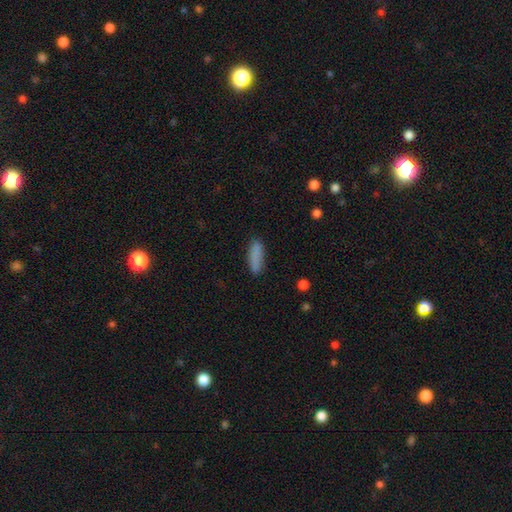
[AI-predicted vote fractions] smooth_or_featured: smooth (p=0.86) [alt: star or artifact p=0.08]
how_rounded: cigar-shaped (p=0.52) [alt: in between p=0.46]
merging: none (p=0.82) [alt: minor disturbance p=0.13]